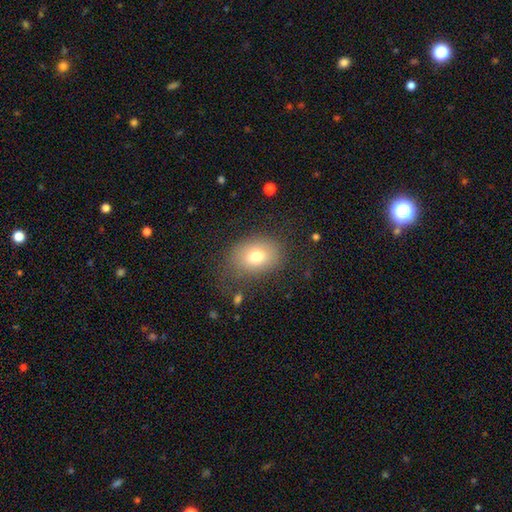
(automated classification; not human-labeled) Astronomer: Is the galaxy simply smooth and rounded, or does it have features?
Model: smooth — 75%.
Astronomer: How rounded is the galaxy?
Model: in between — 67%.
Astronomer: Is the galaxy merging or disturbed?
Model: none — 70%.